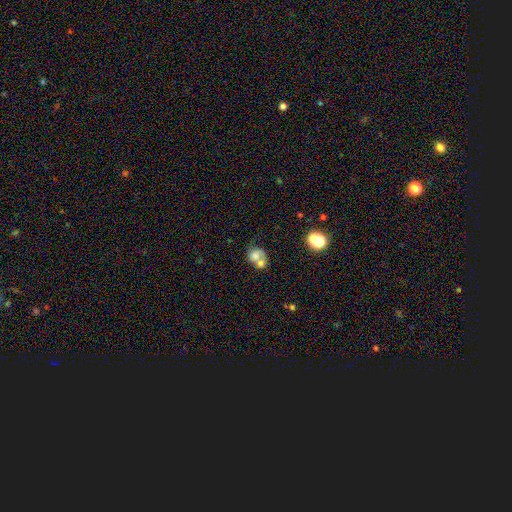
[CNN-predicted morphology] smooth 54%, featured or disk 34%, star or artifact 12%. Down the decision tree: how rounded — round (58%); merging — merger (58%).